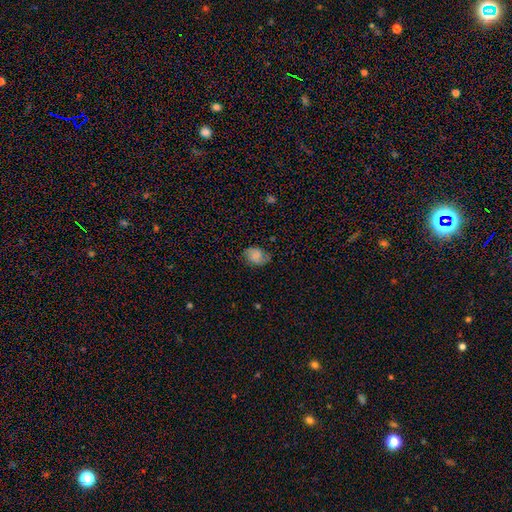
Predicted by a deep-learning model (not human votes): Smooth or featured: smooth — 62% (featured or disk — 27%)
How rounded: in between — 68% (round — 31%)
Merging: none — 65% (minor disturbance — 25%)